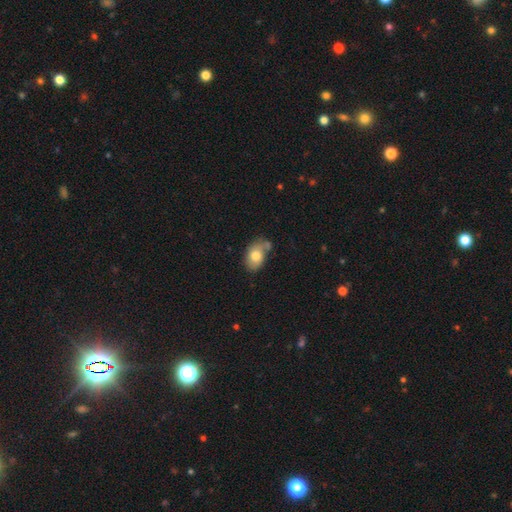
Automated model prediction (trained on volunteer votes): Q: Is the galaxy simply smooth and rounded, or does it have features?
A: smooth — 77%.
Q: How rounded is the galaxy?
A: in between — 83%.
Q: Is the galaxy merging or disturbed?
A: none — 54%.